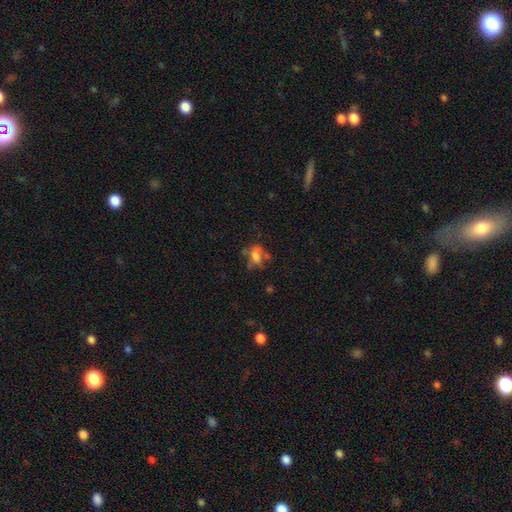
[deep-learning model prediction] Smooth or featured: smooth — 49% (featured or disk — 36%)
Merging: none — 36% (major disturbance — 28%)